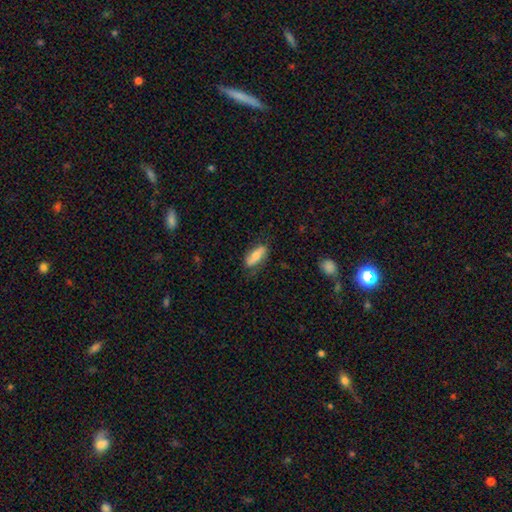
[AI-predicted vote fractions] Smooth or featured: smooth — 59% (featured or disk — 34%)
How rounded: in between — 70% (cigar-shaped — 27%)
Merging: none — 74% (minor disturbance — 19%)